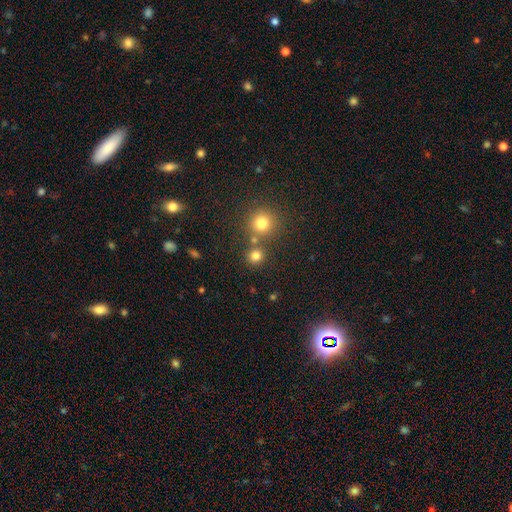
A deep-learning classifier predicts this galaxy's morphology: smooth-or-featured: smooth: 79% | star or artifact: 16% | featured or disk: 6%
  how-rounded: round: 89% | in between: 10% | cigar-shaped: 1%
  merging: none: 75% | merger: 15% | minor disturbance: 7% | major disturbance: 3%